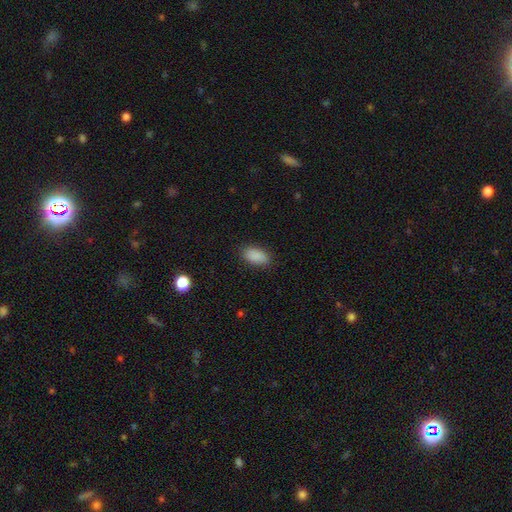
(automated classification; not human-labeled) This appears to be a smooth galaxy with no disk features (89%) that is in between round and cigar-shaped (92%). Merging: none (86%).